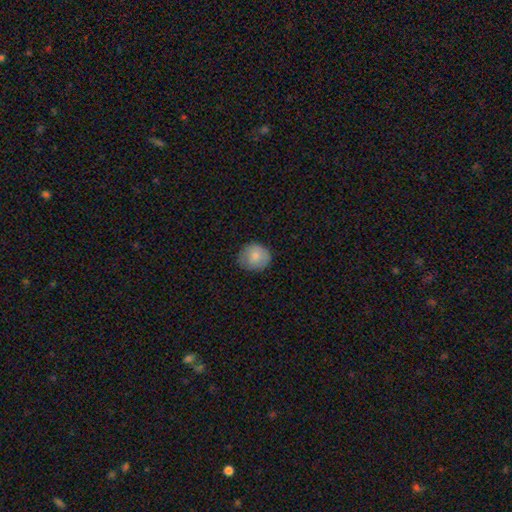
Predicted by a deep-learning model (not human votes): smooth 80%, featured or disk 13%, star or artifact 8%. Down the decision tree: how rounded — round (80%); merging — none (79%).